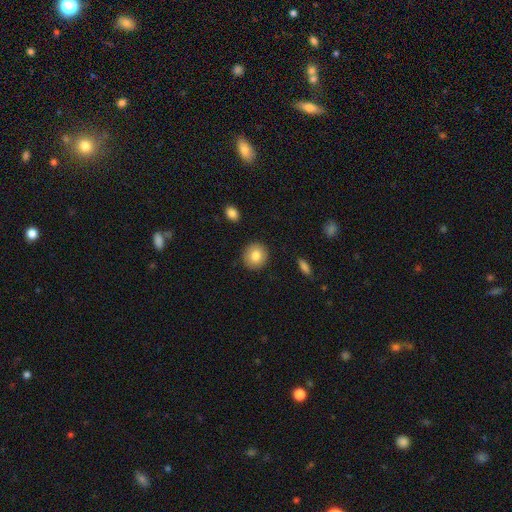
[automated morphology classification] smooth 82%, featured or disk 10%, star or artifact 8%. Down the decision tree: how rounded — round (87%); merging — none (90%).